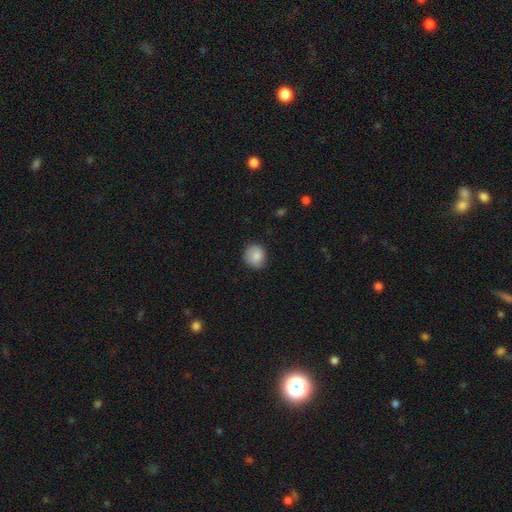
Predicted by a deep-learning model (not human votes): smooth_or_featured: smooth (p=0.84) [alt: featured or disk p=0.09]
how_rounded: round (p=0.83) [alt: in between p=0.16]
merging: none (p=0.77) [alt: minor disturbance p=0.18]